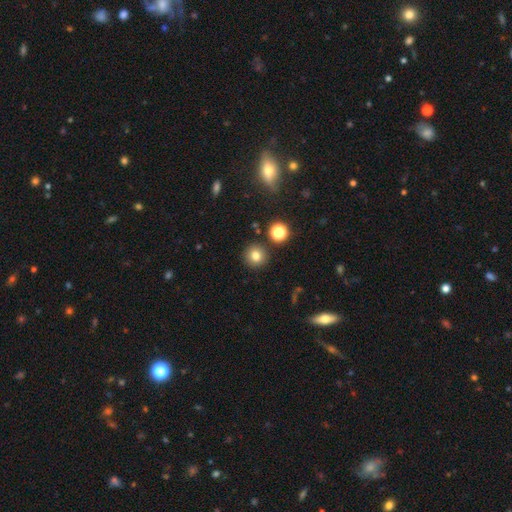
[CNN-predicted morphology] This appears to be a smooth galaxy with no disk features (77%) that is round (94%). Merging: none (88%).